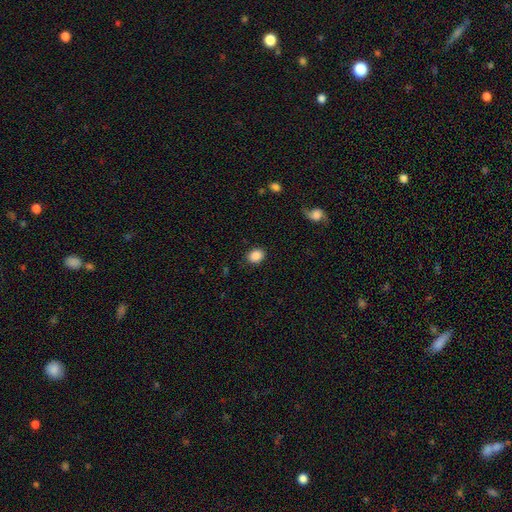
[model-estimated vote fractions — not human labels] Morphology: type=smooth (87%); roundness=in between (51%); merging=none (86%).